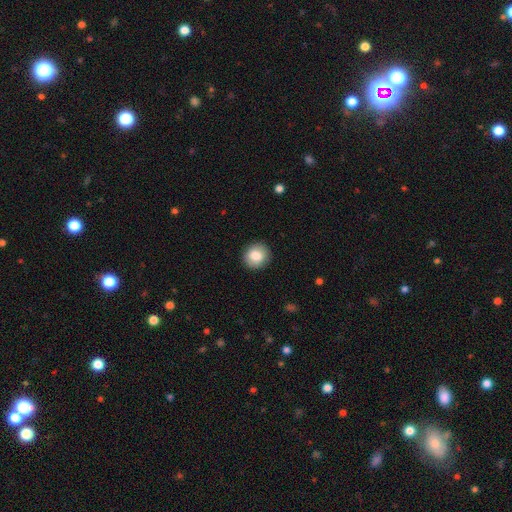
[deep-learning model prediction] Smooth or featured? Predicted: smooth (p=0.83). How rounded? Predicted: round (p=0.88). Merging? Predicted: none (p=0.91).